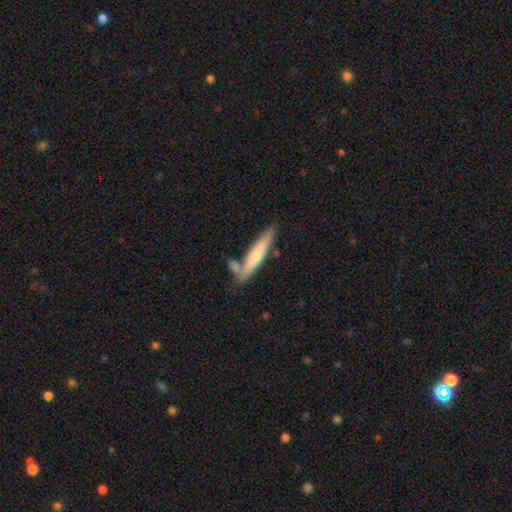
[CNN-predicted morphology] Smooth or featured? Predicted: smooth (p=0.57). How rounded? Predicted: cigar-shaped (p=0.88). Merging? Predicted: none (p=0.67).